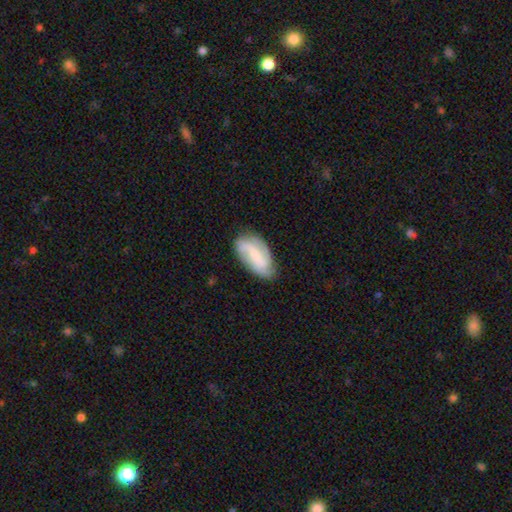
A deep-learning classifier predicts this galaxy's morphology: Smooth or featured: featured or disk — 61% (smooth — 32%)
Edge-on disk: no — 96% (yes — 4%)
Bar: weak — 44% (no — 38%)
Spiral arms: yes — 93% (no — 7%)
Spiral winding: medium — 41% (loose — 35%)
Spiral arm count: 2 — 43% (3 — 28%)
Bulge size: small — 47% (none — 27%)
Merging: none — 73% (minor disturbance — 20%)